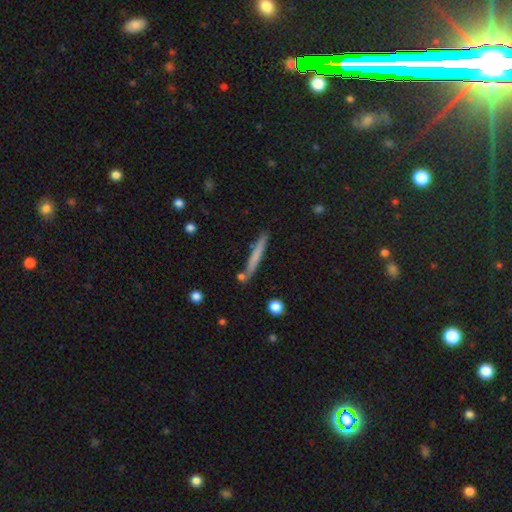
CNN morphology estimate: smooth 65%, featured or disk 29%, star or artifact 6%. Down the decision tree: how rounded — cigar-shaped (96%); merging — none (83%).